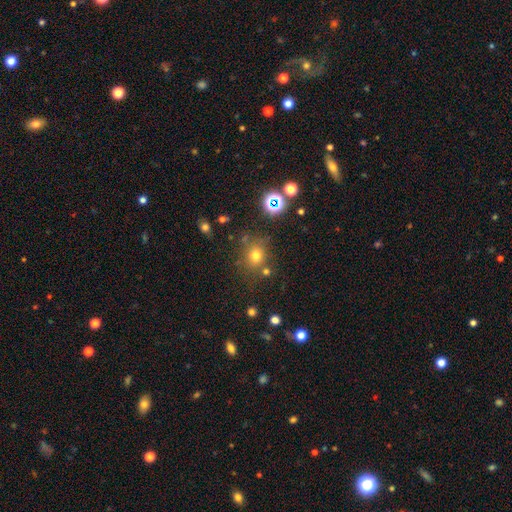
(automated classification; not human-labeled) The model was most divided on "smooth or featured": smooth: 69%, star or artifact: 22%, featured or disk: 9%. More confident: how rounded — round (78%); merging — none (73%).